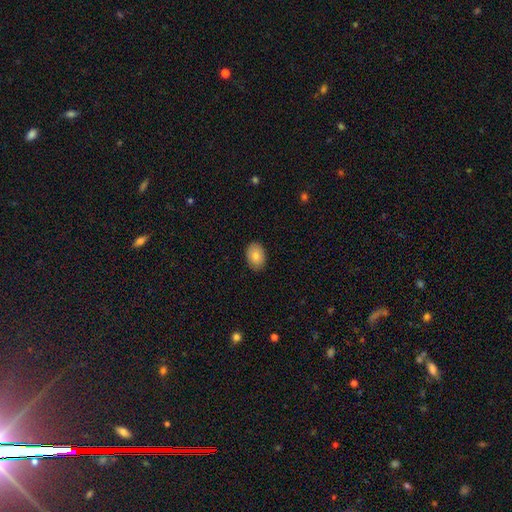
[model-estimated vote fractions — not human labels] This appears to be a smooth galaxy with no disk features (79%) that is in between round and cigar-shaped (82%). Merging: none (88%).